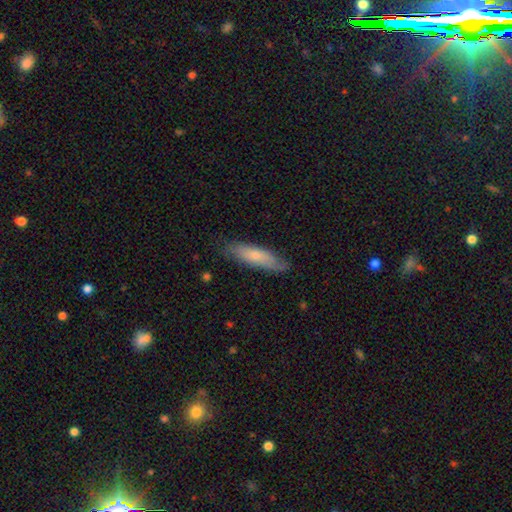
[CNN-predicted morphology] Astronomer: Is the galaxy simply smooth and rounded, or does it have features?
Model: smooth — 69%.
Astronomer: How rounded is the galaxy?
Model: cigar-shaped — 64%.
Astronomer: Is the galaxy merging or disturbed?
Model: none — 78%.